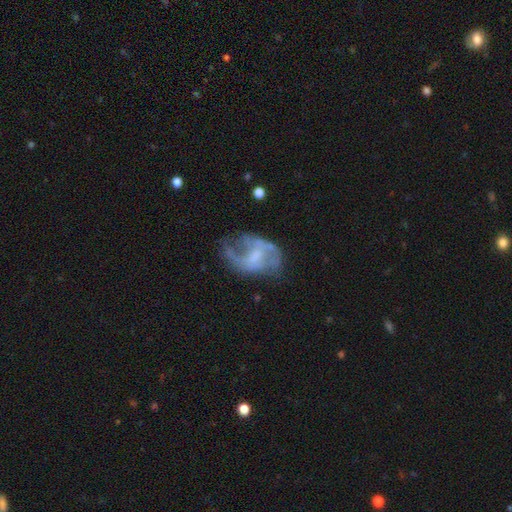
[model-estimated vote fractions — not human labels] Morphology: type=featured or disk (73%); edge-on=no (97%); bar=no (47%); spiral arms=yes (70%); bulge=none (32%); merging=none (44%).